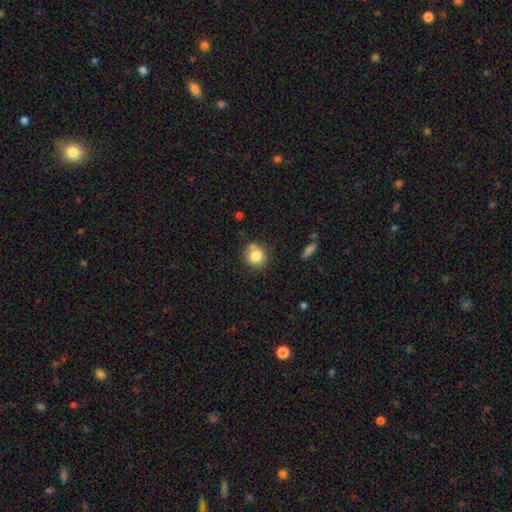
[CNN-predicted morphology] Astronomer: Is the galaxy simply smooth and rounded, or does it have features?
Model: smooth — 80%.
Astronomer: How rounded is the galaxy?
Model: round — 84%.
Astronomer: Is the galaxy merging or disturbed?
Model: none — 66%.